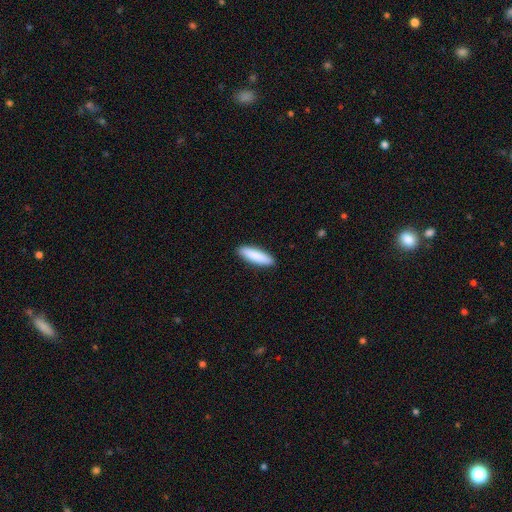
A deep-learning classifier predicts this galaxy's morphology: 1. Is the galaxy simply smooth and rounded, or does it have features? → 88% smooth, 7% featured or disk, 5% star or artifact.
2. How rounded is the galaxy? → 68% cigar-shaped, 31% in between, 1% round.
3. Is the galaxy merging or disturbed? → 91% none, 7% minor disturbance, 1% major disturbance, 1% merger.